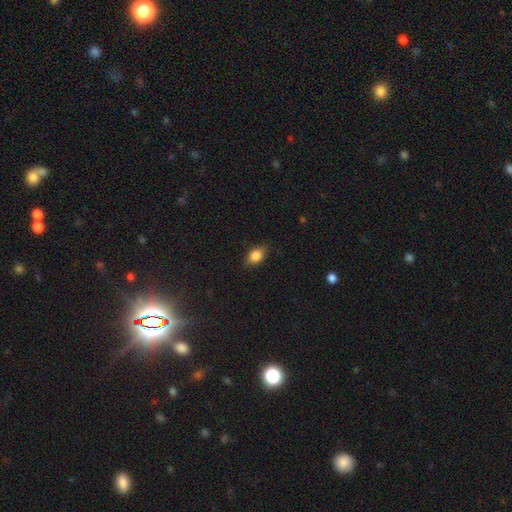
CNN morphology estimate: smooth-or-featured: smooth: 85% | star or artifact: 9% | featured or disk: 7%
  how-rounded: in between: 77% | round: 21% | cigar-shaped: 2%
  merging: none: 82% | minor disturbance: 14% | major disturbance: 3% | merger: 1%